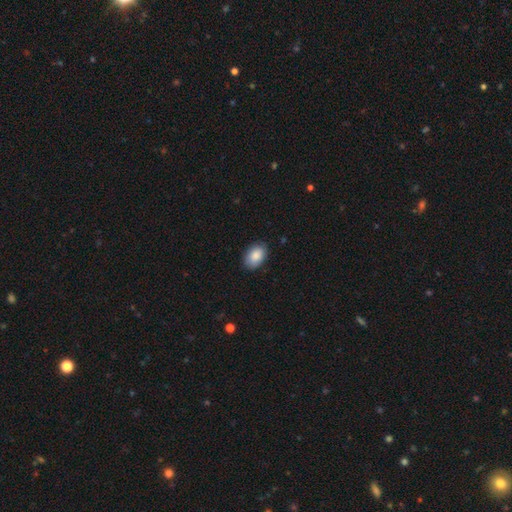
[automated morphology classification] Smooth or featured: smooth — 88% (star or artifact — 6%)
How rounded: in between — 88% (round — 11%)
Merging: none — 85% (minor disturbance — 11%)